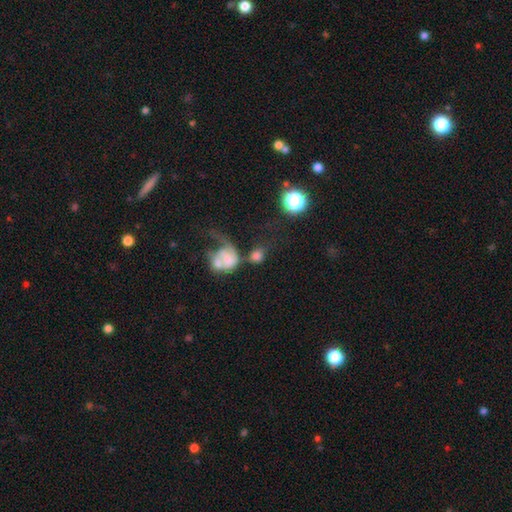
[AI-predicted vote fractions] smooth 42%, featured or disk 41%, star or artifact 17%. Down the decision tree: merging — merger (45%).